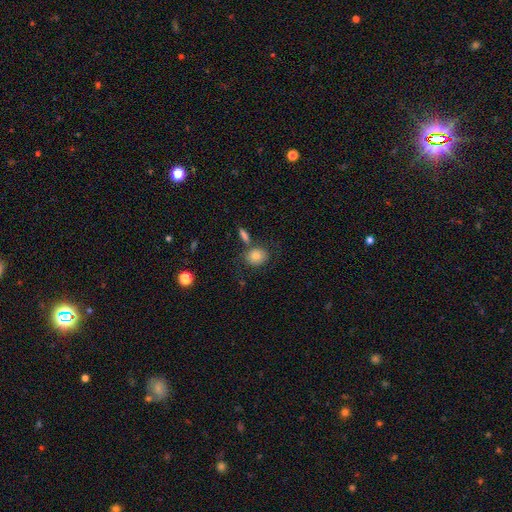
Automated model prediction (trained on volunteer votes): Q: Smooth or featured?
A: smooth (80%); runner-up: featured or disk (11%)
Q: How rounded?
A: round (67%); runner-up: in between (31%)
Q: Merging?
A: none (68%); runner-up: merger (14%)